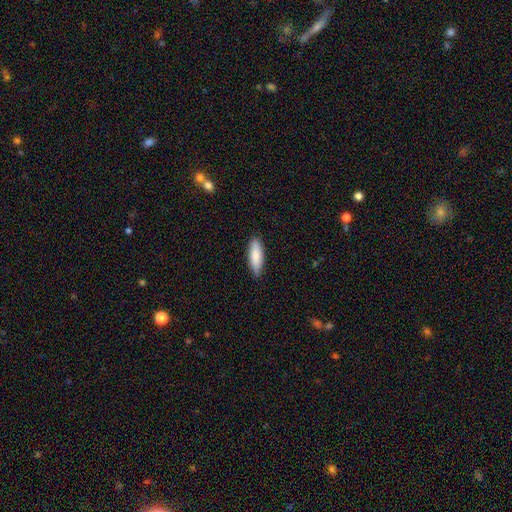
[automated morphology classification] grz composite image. It shows a smooth galaxy with no disk features (85%) that is in between round and cigar-shaped (55%). Merging: none (85%).